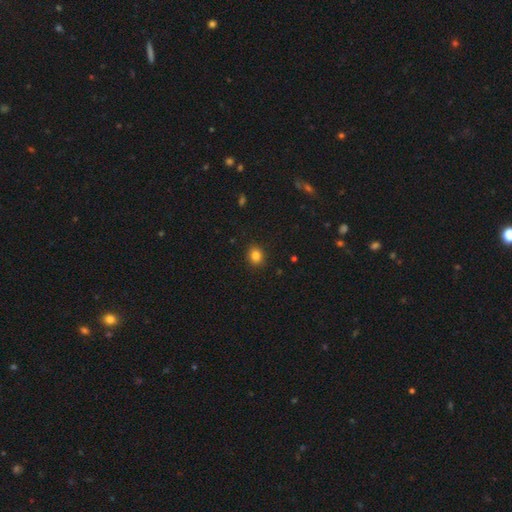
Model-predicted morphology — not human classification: A smooth galaxy with no disk features (84%) that is round (65%).

Vote fractions:
- Smooth or featured? smooth: 84% / star or artifact: 11% / featured or disk: 5%
- How rounded? round: 65% / in between: 34% / cigar-shaped: 1%
- Merging? none: 90% / minor disturbance: 7% / major disturbance: 2% / merger: 1%